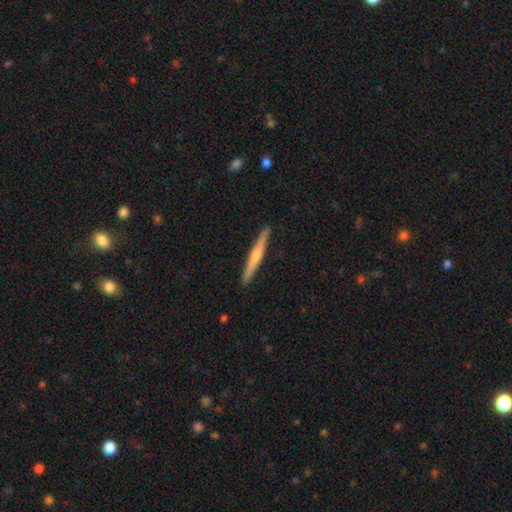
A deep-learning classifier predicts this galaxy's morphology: Smooth or featured? Predicted: featured or disk (p=0.52). Edge-on disk? Predicted: yes (p=0.97). Edge-on bulge? Predicted: rounded (p=0.65). Merging? Predicted: none (p=0.92).